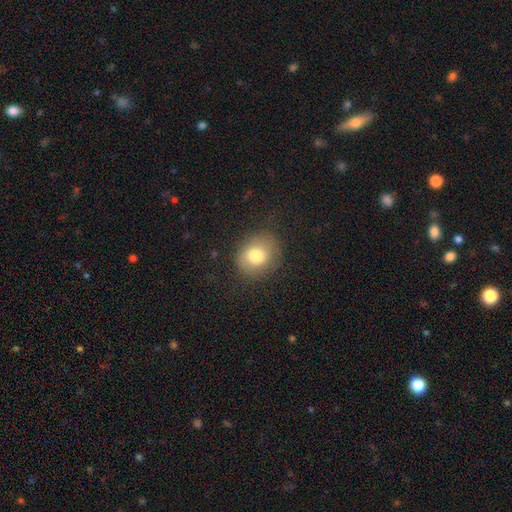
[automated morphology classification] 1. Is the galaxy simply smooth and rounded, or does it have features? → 77% smooth, 13% featured or disk, 10% star or artifact.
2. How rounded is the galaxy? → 70% round, 29% in between, 1% cigar-shaped.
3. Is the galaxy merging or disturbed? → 75% none, 16% minor disturbance, 7% major disturbance, 1% merger.